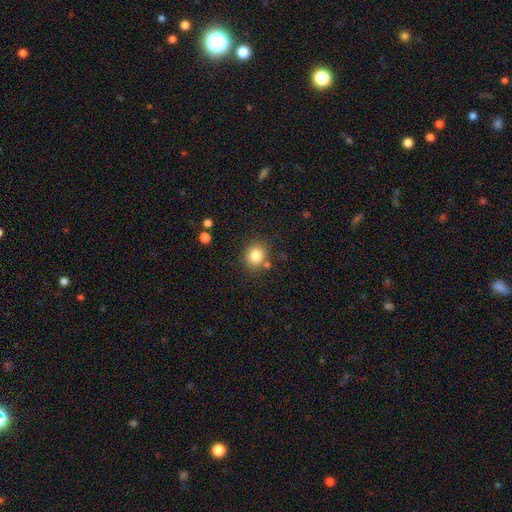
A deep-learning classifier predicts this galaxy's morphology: Smooth or featured? smooth (82%)
How rounded? round (73%)
Merging? none (79%)